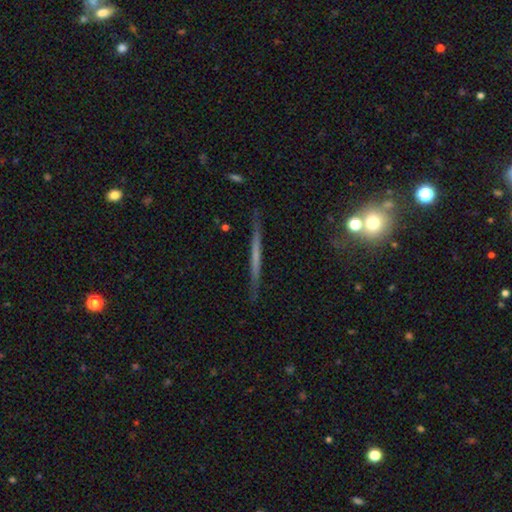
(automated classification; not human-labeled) A featured or disk galaxy (55%) viewed edge-on (96%) with no central bulge (88%). Merging: none (88%).